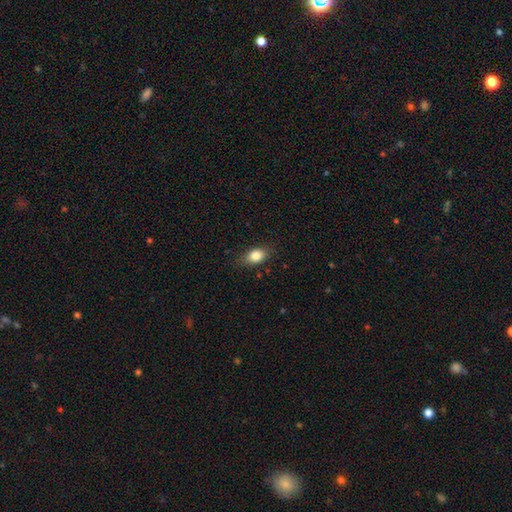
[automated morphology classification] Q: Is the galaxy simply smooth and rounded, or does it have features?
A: smooth — 83%.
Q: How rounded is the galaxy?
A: in between — 79%.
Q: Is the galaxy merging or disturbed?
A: none — 79%.